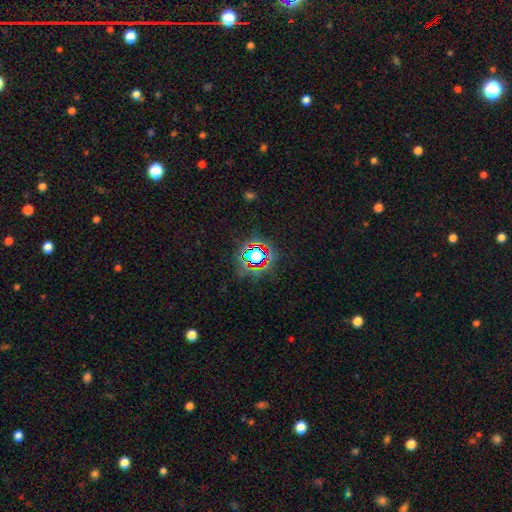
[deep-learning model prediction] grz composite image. It shows a star or artifact, not a galaxy (64%).